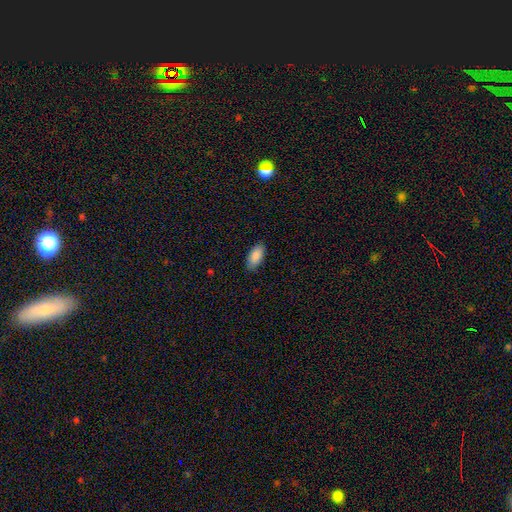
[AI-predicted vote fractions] Q: Smooth or featured?
A: smooth (89%); runner-up: star or artifact (6%)
Q: How rounded?
A: in between (93%); runner-up: cigar-shaped (5%)
Q: Merging?
A: none (87%); runner-up: minor disturbance (10%)